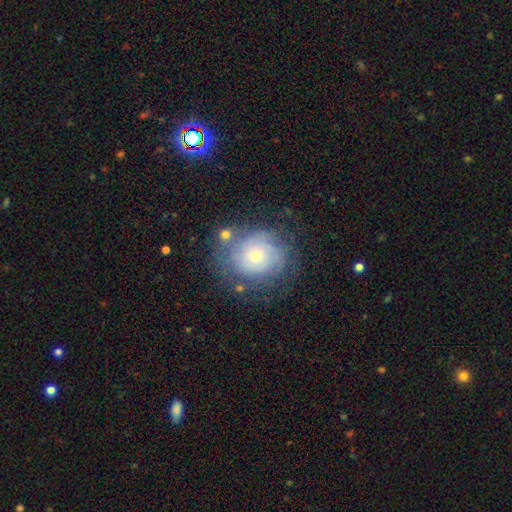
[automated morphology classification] smooth-or-featured: featured or disk: 62% | smooth: 29% | star or artifact: 9%
  disk-edge-on: no: 97% | yes: 3%
    bar: no: 83% | weak: 14% | strong: 2%
    has-spiral-arms: yes: 83% | no: 17%
    bulge-size: small: 62% | moderate: 33% | large: 3% | none: 1% | dominant: 1%
  merging: none: 67% | minor disturbance: 18% | major disturbance: 10% | merger: 4%